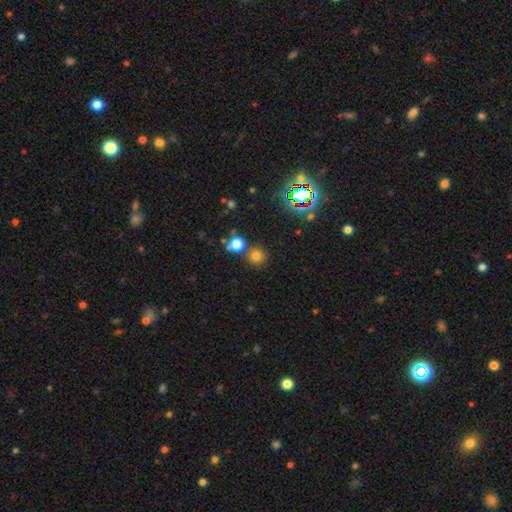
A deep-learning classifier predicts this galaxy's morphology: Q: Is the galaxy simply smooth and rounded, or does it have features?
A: smooth — 70%.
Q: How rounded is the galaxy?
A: round — 92%.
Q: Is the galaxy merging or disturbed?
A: none — 72%.